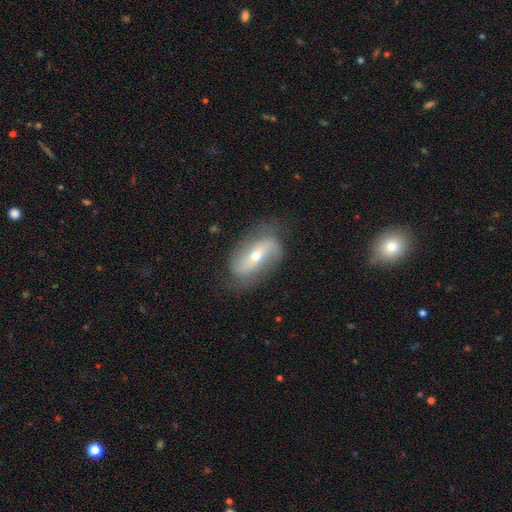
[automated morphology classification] Smooth or featured? Predicted: featured or disk (p=0.77). Edge-on disk? Predicted: no (p=0.90). Bar? Predicted: strong (p=0.41). Spiral arms? Predicted: yes (p=0.87). Spiral winding? Predicted: loose (p=0.60). Spiral arm count? Predicted: 2 (p=0.88). Bulge size? Predicted: small (p=0.52). Merging? Predicted: none (p=0.73).